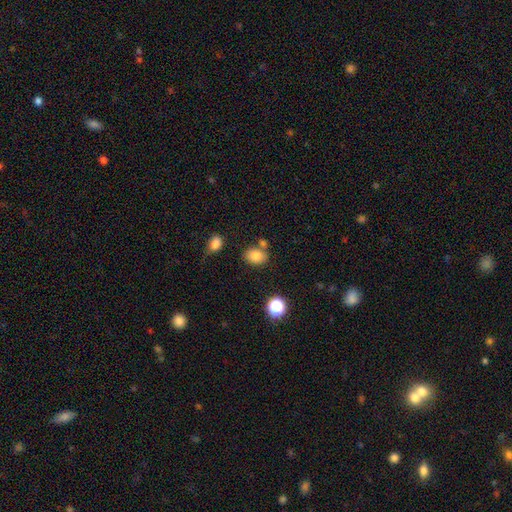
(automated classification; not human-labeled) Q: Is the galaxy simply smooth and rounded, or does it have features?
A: smooth — 82%.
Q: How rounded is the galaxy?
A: in between — 64%.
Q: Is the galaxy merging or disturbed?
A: none — 68%.